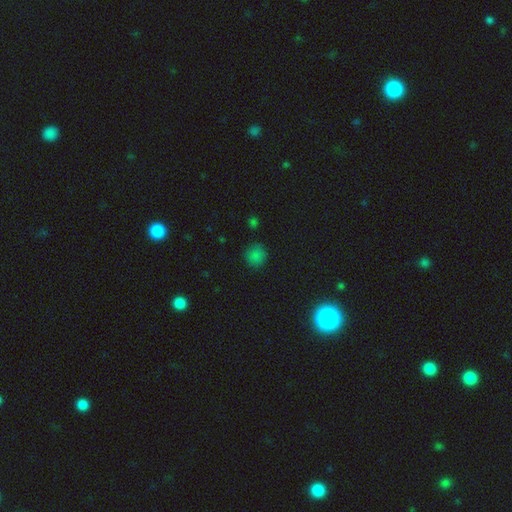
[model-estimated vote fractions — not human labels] Smooth or featured? smooth (78%)
How rounded? round (90%)
Merging? none (84%)